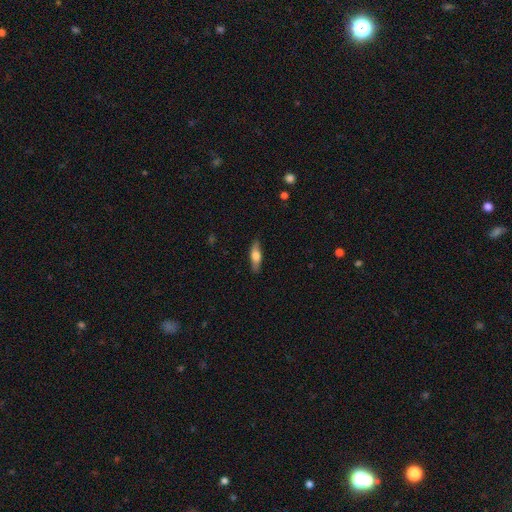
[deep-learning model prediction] Smooth or featured? smooth (64%)
How rounded? cigar-shaped (51%)
Merging? none (86%)